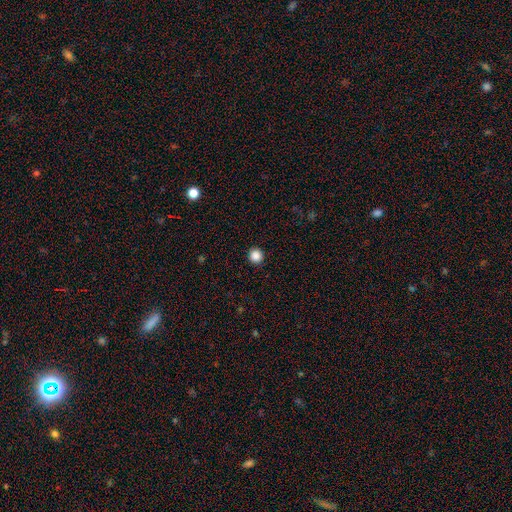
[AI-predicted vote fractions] The model was most divided on "smooth or featured": smooth: 87%, star or artifact: 10%, featured or disk: 2%. More confident: how rounded — round (95%); merging — none (93%).